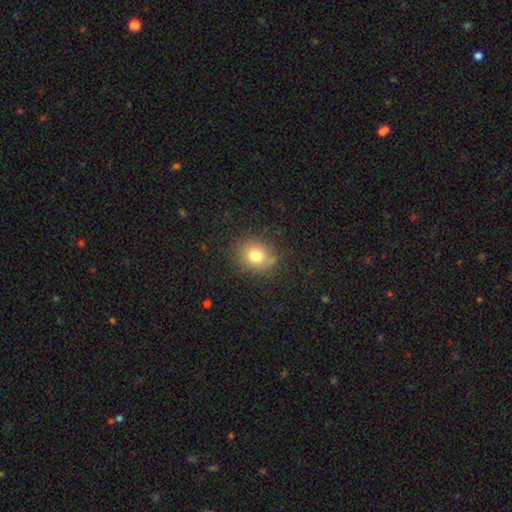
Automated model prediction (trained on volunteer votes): Smooth or featured? smooth (77%)
How rounded? round (75%)
Merging? none (80%)